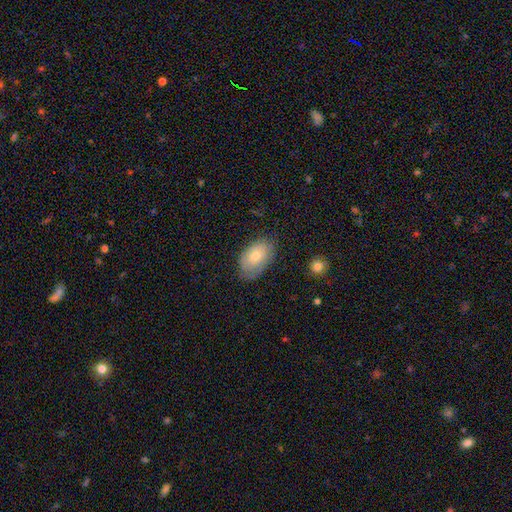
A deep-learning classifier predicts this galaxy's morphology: Q: Smooth or featured?
A: smooth (68%); runner-up: featured or disk (24%)
Q: How rounded?
A: in between (91%); runner-up: round (8%)
Q: Merging?
A: none (72%); runner-up: minor disturbance (22%)